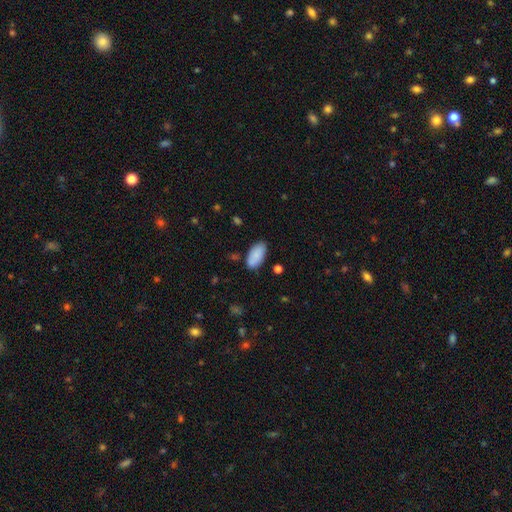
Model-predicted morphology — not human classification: Q: Smooth or featured?
A: smooth (87%); runner-up: star or artifact (6%)
Q: How rounded?
A: in between (93%); runner-up: cigar-shaped (4%)
Q: Merging?
A: none (79%); runner-up: minor disturbance (14%)